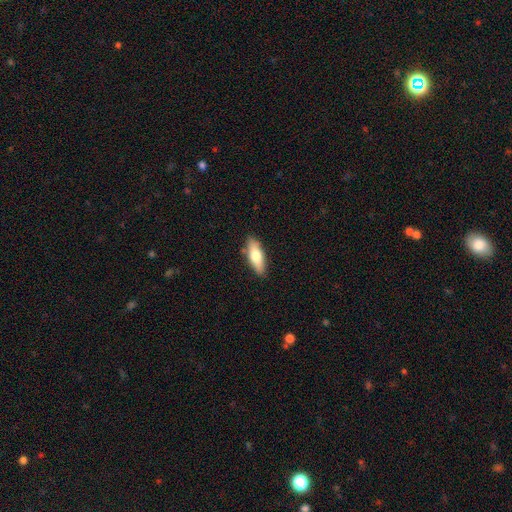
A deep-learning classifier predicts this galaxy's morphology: This appears to be a smooth galaxy with no disk features (69%) that is in between round and cigar-shaped (63%). Merging: none (85%).